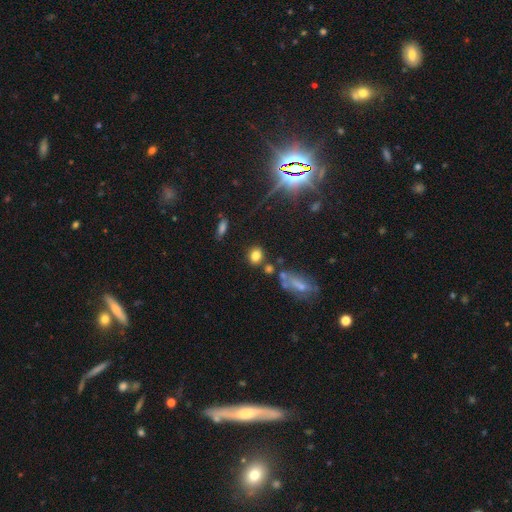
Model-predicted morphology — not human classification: This appears to be a smooth galaxy with no disk features (78%) that is in between round and cigar-shaped (50%). Merging: none (75%).